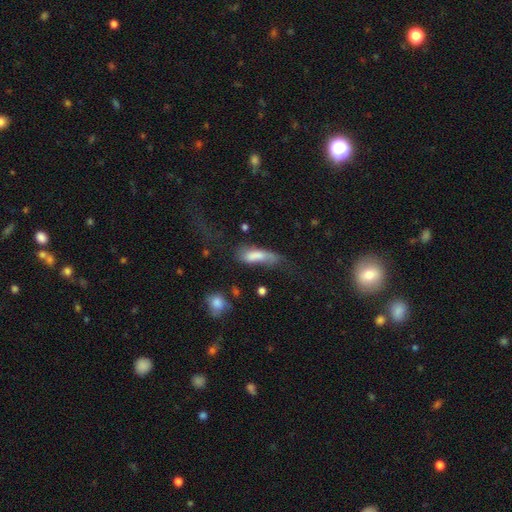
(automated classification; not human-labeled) Smooth or featured?
  - smooth: 72% *
  - featured or disk: 19%
  - star or artifact: 9%
How rounded?
  - in between: 58% *
  - cigar-shaped: 39%
  - round: 3%
Merging?
  - major disturbance: 35% *
  - minor disturbance: 28%
  - none: 26%
  - merger: 11%